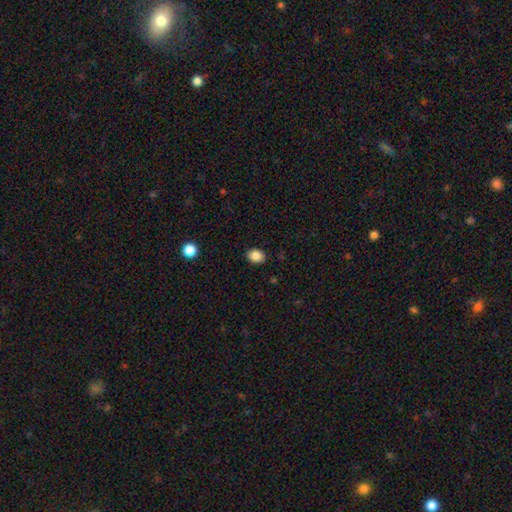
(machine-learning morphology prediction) smooth-or-featured: smooth: 87% | star or artifact: 9% | featured or disk: 4%
  how-rounded: in between: 60% | round: 39% | cigar-shaped: 1%
  merging: none: 89% | minor disturbance: 8% | major disturbance: 2% | merger: 1%